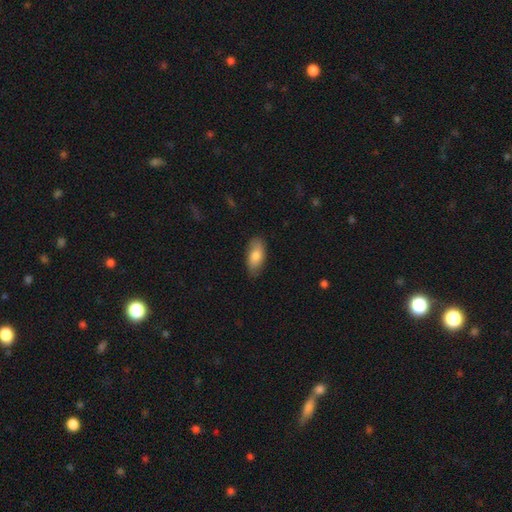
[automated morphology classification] Q: Smooth or featured?
A: smooth (76%); runner-up: featured or disk (18%)
Q: How rounded?
A: in between (91%); runner-up: cigar-shaped (7%)
Q: Merging?
A: none (80%); runner-up: minor disturbance (16%)